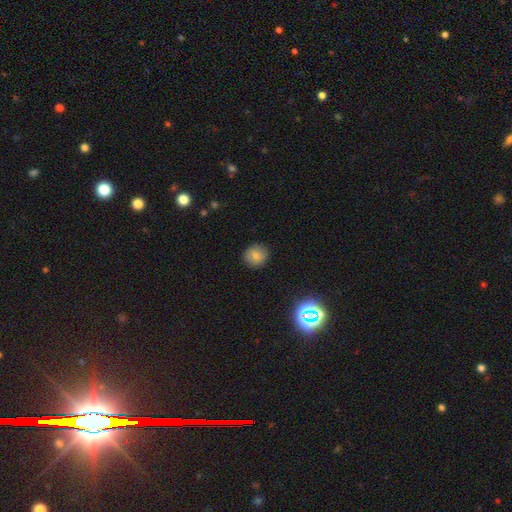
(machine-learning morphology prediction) This is likely a smooth galaxy (79%). How rounded: clearly round (87%). Merging: clearly none (90%).